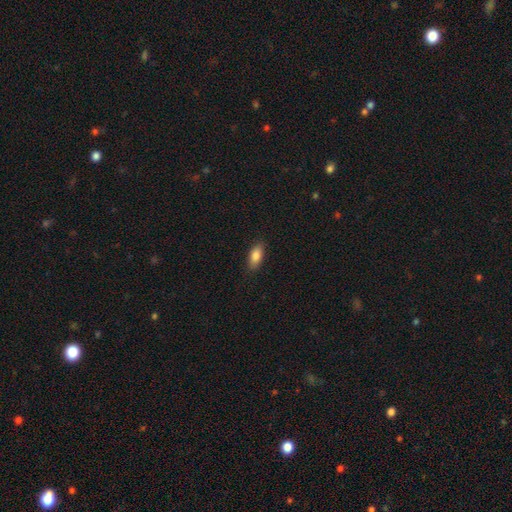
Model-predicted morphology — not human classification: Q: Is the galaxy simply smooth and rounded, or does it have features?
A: smooth — 85%.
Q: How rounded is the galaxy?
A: in between — 86%.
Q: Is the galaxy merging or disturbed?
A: none — 86%.